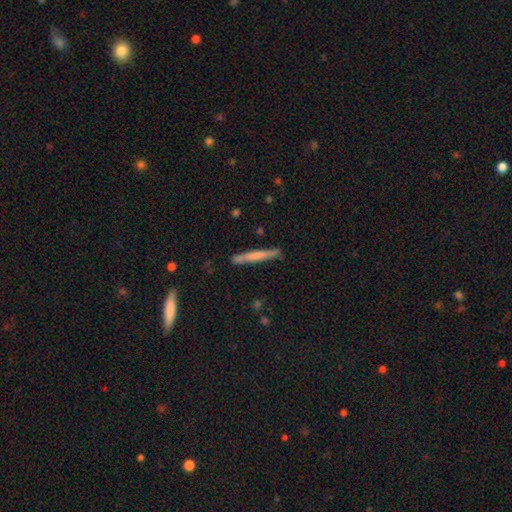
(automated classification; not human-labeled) smooth_or_featured: smooth (p=0.60) [alt: featured or disk p=0.35]
how_rounded: cigar-shaped (p=0.96) [alt: in between p=0.03]
merging: none (p=0.86) [alt: minor disturbance p=0.10]